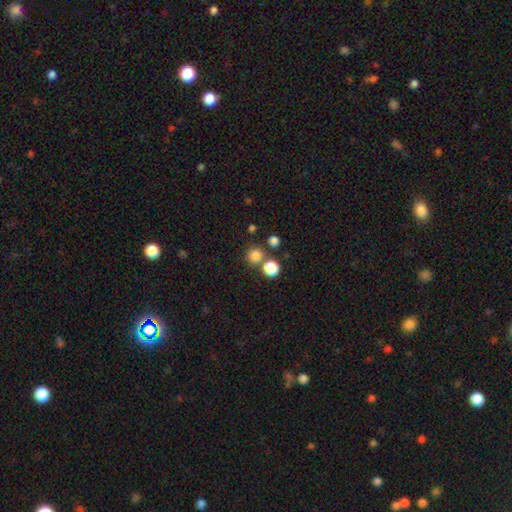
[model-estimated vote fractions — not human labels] Smooth or featured? smooth (81%)
How rounded? round (91%)
Merging? none (69%)